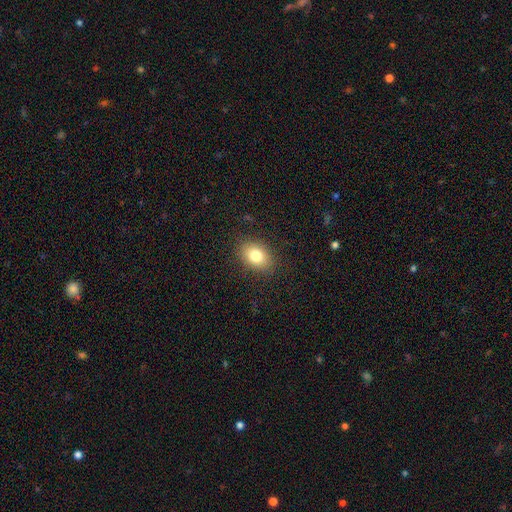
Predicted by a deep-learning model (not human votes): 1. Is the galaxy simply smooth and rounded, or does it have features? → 81% smooth, 10% featured or disk, 10% star or artifact.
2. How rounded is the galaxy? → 75% in between, 24% round, 1% cigar-shaped.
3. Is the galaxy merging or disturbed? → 87% none, 9% minor disturbance, 3% major disturbance, 1% merger.